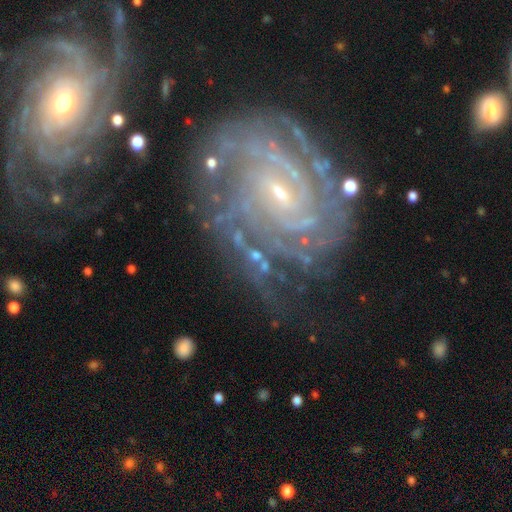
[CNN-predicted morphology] featured or disk 77%, star or artifact 13%, smooth 10%. Down the decision tree: edge-on disk — no (96%); bar — weak (39%); spiral arms — yes (94%); spiral arm count — can't tell (28%); spiral winding — tight (61%); bulge size — small (63%); merging — none (64%).